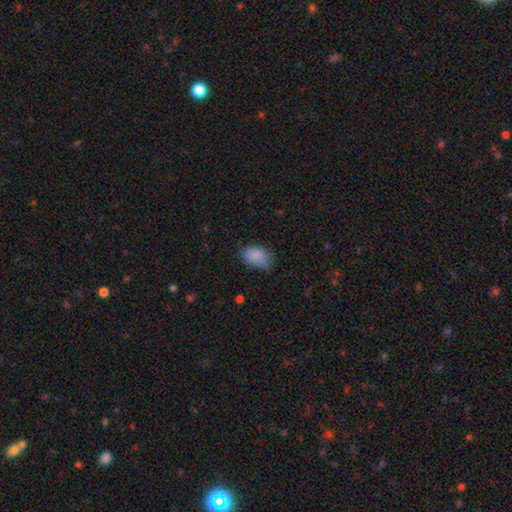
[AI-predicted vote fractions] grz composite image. It shows a smooth galaxy with no disk features (86%) that is in between round and cigar-shaped (84%). Merging: none (58%).